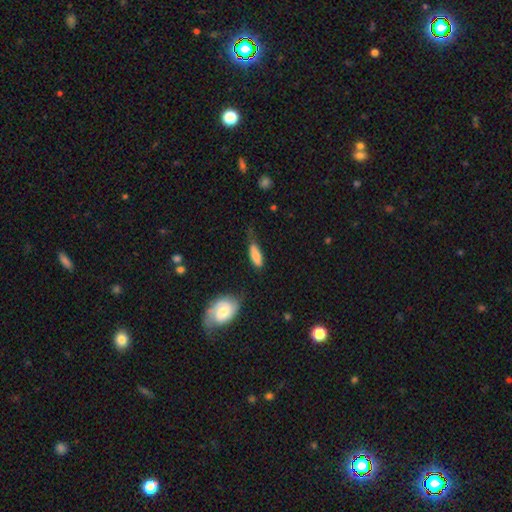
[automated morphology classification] Smooth or featured? smooth (78%)
How rounded? in between (56%)
Merging? none (42%)